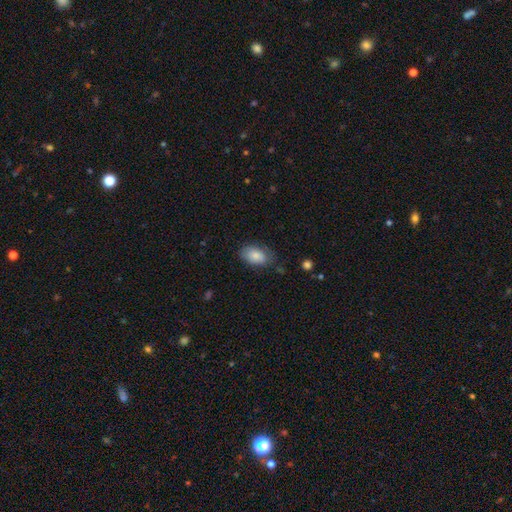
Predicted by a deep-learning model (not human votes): The model was most divided on "merging": none: 69%, minor disturbance: 23%, major disturbance: 6%, merger: 2%. More confident: how rounded — in between (92%); smooth or featured — smooth (82%).